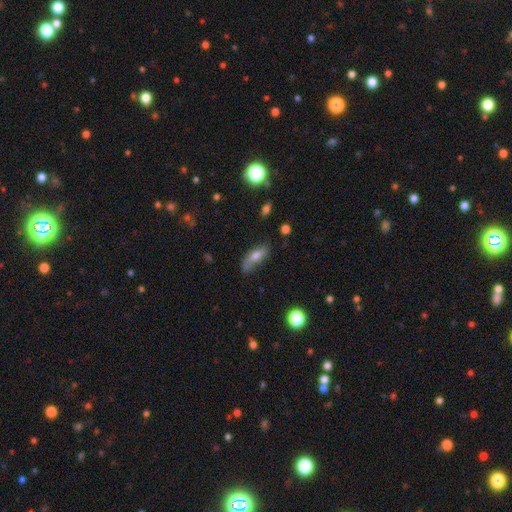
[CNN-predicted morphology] Smooth or featured? Predicted: smooth (p=0.57). How rounded? Predicted: in between (p=0.66). Merging? Predicted: none (p=0.57).